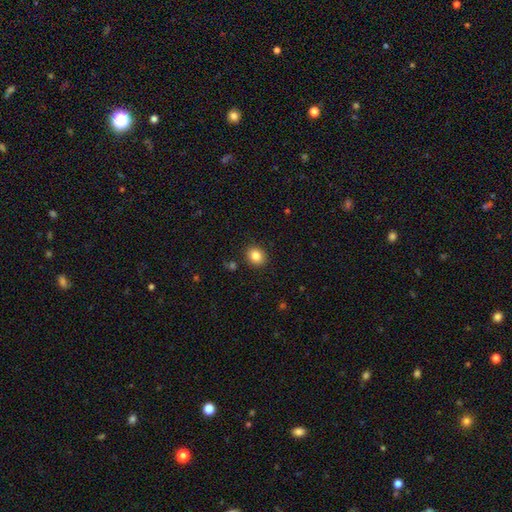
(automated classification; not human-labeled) smooth_or_featured: smooth (p=0.84) [alt: star or artifact p=0.10]
how_rounded: round (p=0.67) [alt: in between p=0.32]
merging: none (p=0.89) [alt: minor disturbance p=0.07]